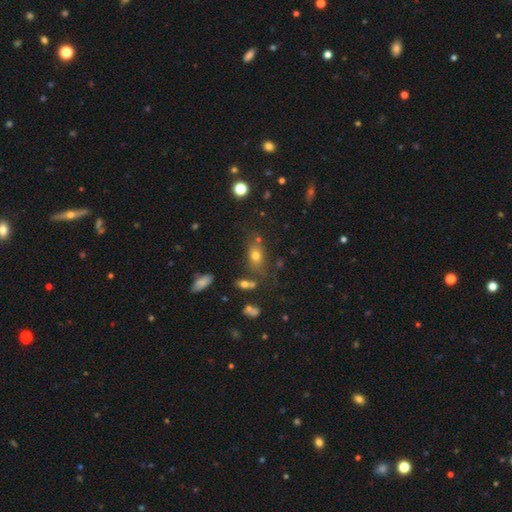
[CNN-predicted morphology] smooth-or-featured: smooth: 70% | star or artifact: 15% | featured or disk: 15%
  how-rounded: in between: 72% | round: 23% | cigar-shaped: 5%
  merging: none: 68% | minor disturbance: 16% | merger: 10% | major disturbance: 6%